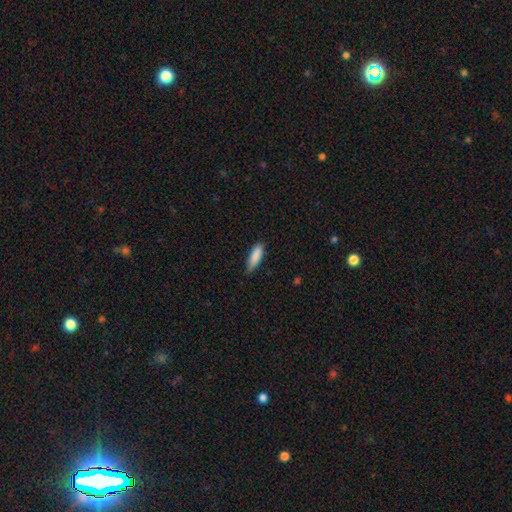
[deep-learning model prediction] Morphology: type=smooth (87%); roundness=cigar-shaped (53%); merging=none (71%).